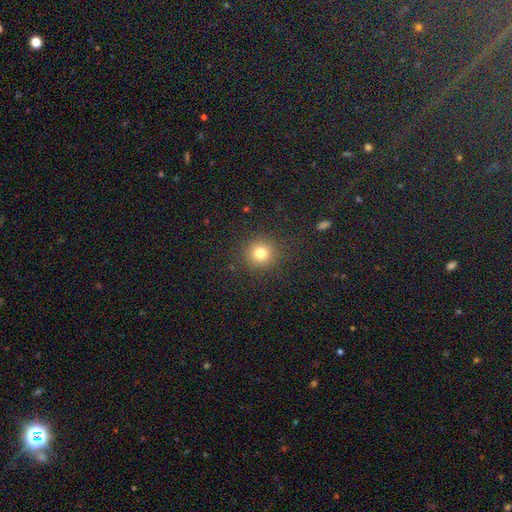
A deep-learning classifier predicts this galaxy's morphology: Q: Smooth or featured?
A: smooth (76%); runner-up: star or artifact (18%)
Q: How rounded?
A: round (94%); runner-up: in between (5%)
Q: Merging?
A: none (92%); runner-up: minor disturbance (5%)